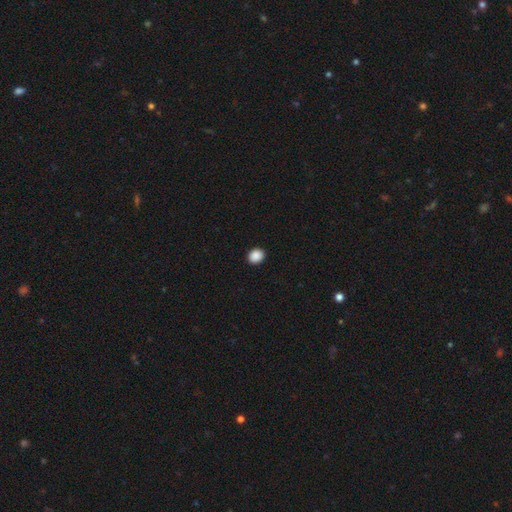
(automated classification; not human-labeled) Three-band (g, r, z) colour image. It shows a smooth galaxy with no disk features (89%) that is round (62%). Merging: none (92%).